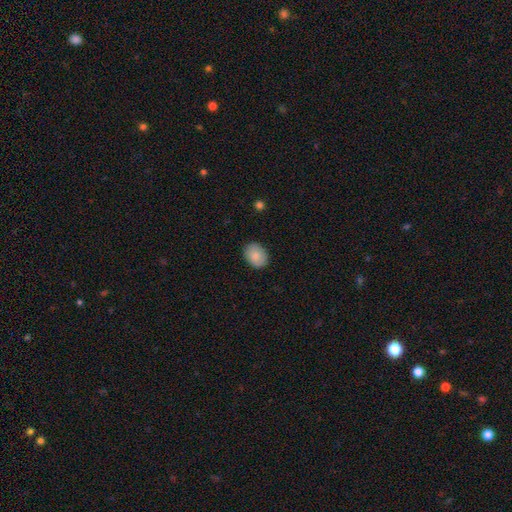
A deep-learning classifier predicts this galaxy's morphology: A smooth galaxy with no disk features (83%) that is in between round and cigar-shaped (59%).

Vote fractions:
- Smooth or featured? smooth: 83% / featured or disk: 10% / star or artifact: 7%
- How rounded? in between: 59% / round: 40% / cigar-shaped: 1%
- Merging? none: 87% / minor disturbance: 10% / major disturbance: 2% / merger: 1%